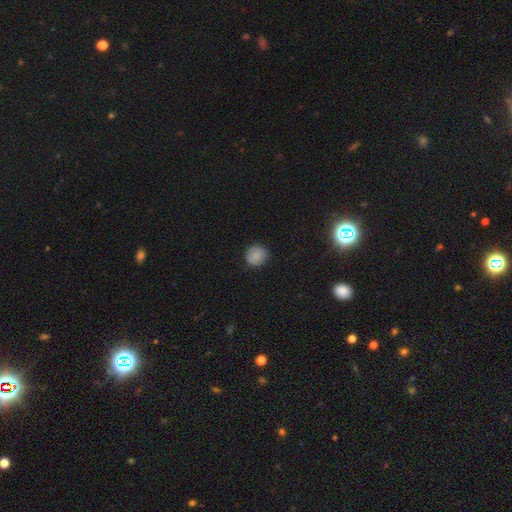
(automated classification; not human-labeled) smooth_or_featured: smooth (p=0.86) [alt: star or artifact p=0.09]
how_rounded: round (p=0.89) [alt: in between p=0.10]
merging: none (p=0.86) [alt: minor disturbance p=0.10]